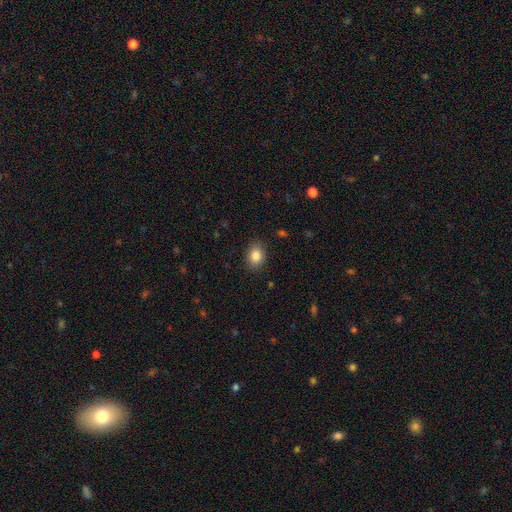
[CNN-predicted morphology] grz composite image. It shows a smooth galaxy with no disk features (86%) that is in between round and cigar-shaped (62%). Merging: none (86%).